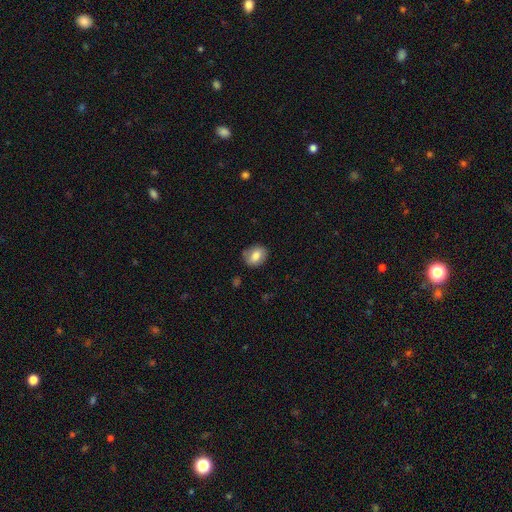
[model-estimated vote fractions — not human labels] The model was most divided on "how rounded": in between: 61%, round: 38%, cigar-shaped: 1%. More confident: smooth or featured — smooth (78%); merging — none (77%).